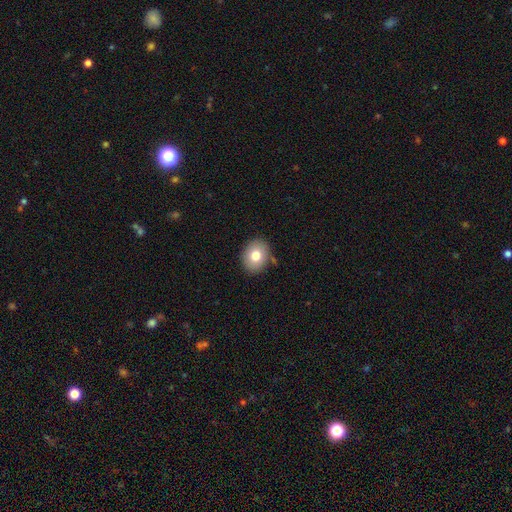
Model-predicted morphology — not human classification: type=smooth (76%); roundness=in between (52%); merging=none (85%).